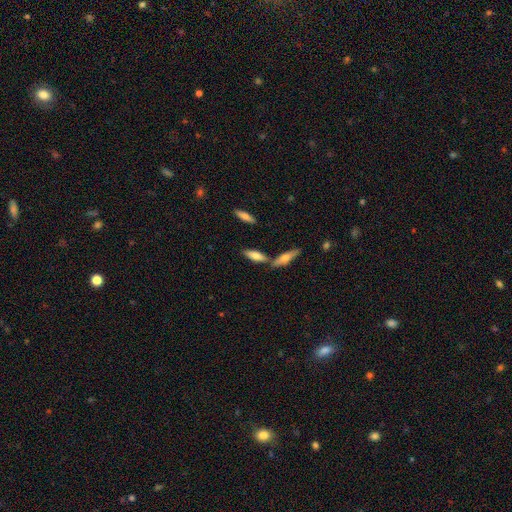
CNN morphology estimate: Smooth or featured? smooth (64%)
How rounded? in between (53%)
Merging? none (64%)